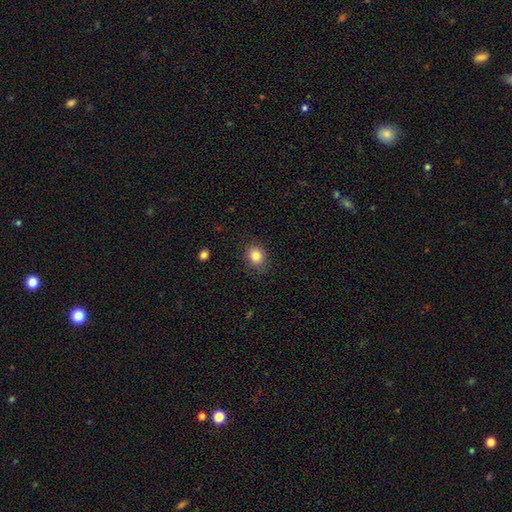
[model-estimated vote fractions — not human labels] This is clearly a smooth galaxy (83%). How rounded: likely round (63%). Merging: clearly none (84%).